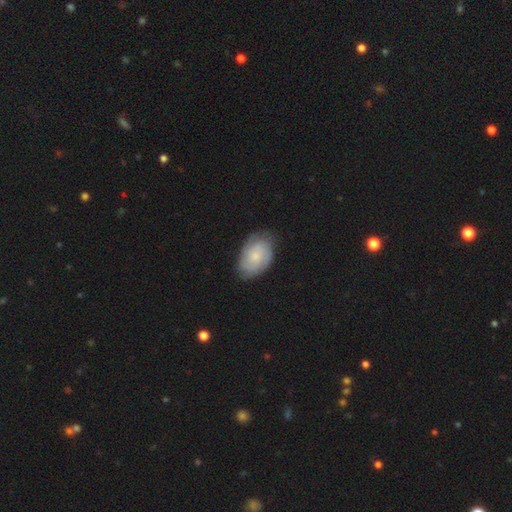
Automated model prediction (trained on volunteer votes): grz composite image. It shows a featured or disk galaxy (49%). Merging: none (73%).